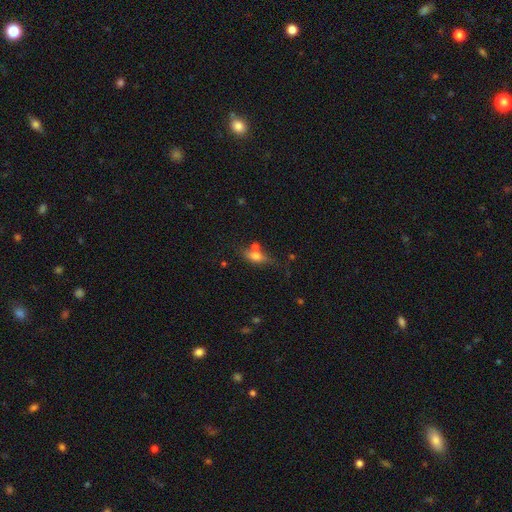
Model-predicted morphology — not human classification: This appears to be a smooth galaxy with no disk features (61%) that is in between round and cigar-shaped (68%). Merging: none (56%).